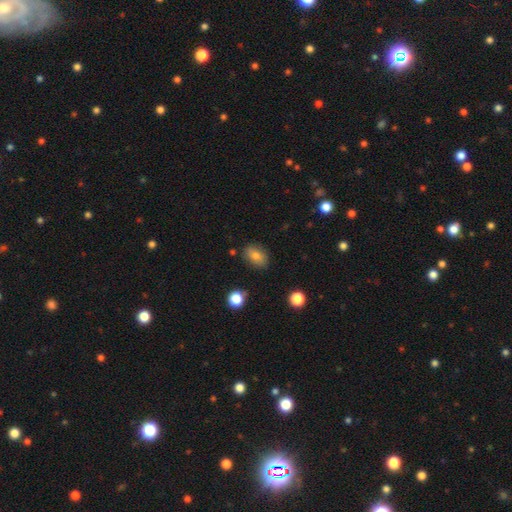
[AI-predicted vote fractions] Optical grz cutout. It shows a smooth galaxy with no disk features (78%) that is in between round and cigar-shaped (80%). Merging: none (81%).